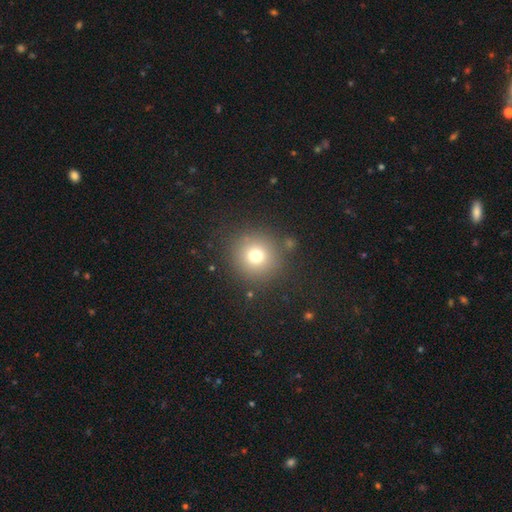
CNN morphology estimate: type=smooth (72%); roundness=round (93%); merging=none (84%).